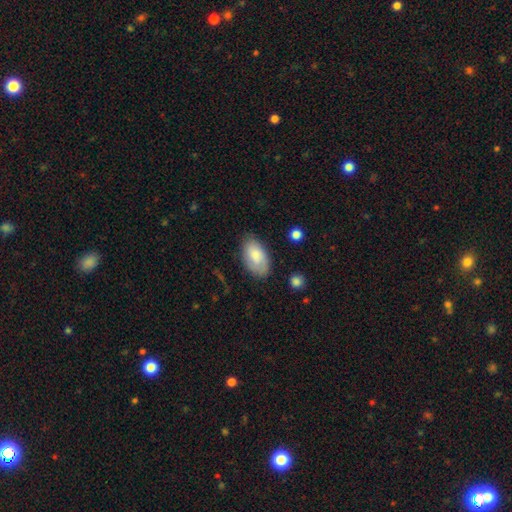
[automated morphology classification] Smooth or featured?
  - smooth: 79% *
  - featured or disk: 15%
  - star or artifact: 6%
How rounded?
  - in between: 94% *
  - round: 4%
  - cigar-shaped: 2%
Merging?
  - none: 75% *
  - minor disturbance: 19%
  - major disturbance: 4%
  - merger: 2%